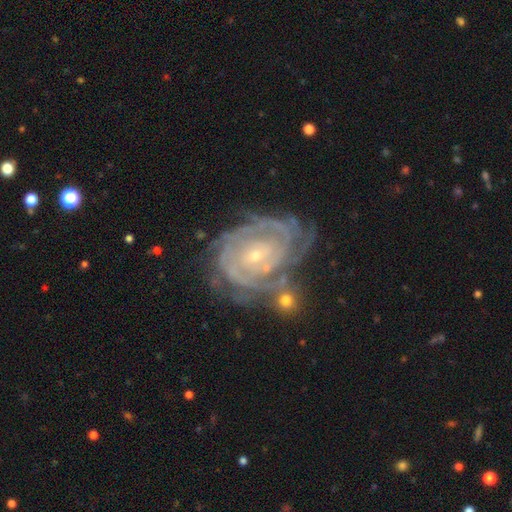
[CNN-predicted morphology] This is clearly a featured or disk galaxy (88%). It is clearly not viewed edge-on (97%). Bar: likely no (62%). Spiral arm pattern: clearly yes (96%). Spiral arm count: marginally can't tell (33%). Spiral winding: clearly tight (81%). Central bulge: likely small (79%). Merging: possibly none (51%).